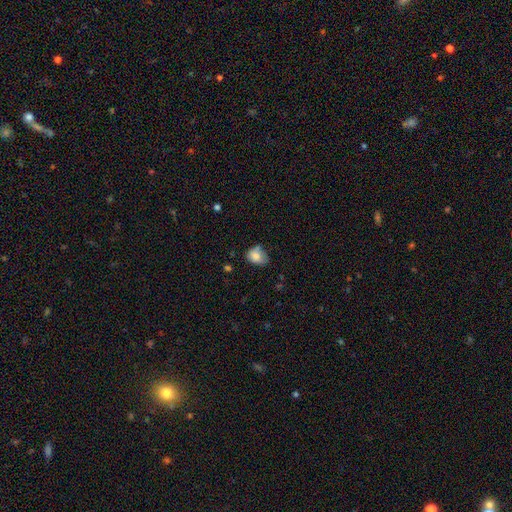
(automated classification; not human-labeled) smooth_or_featured: smooth (p=0.80) [alt: featured or disk p=0.11]
how_rounded: in between (p=0.63) [alt: round p=0.36]
merging: none (p=0.48) [alt: minor disturbance p=0.36]